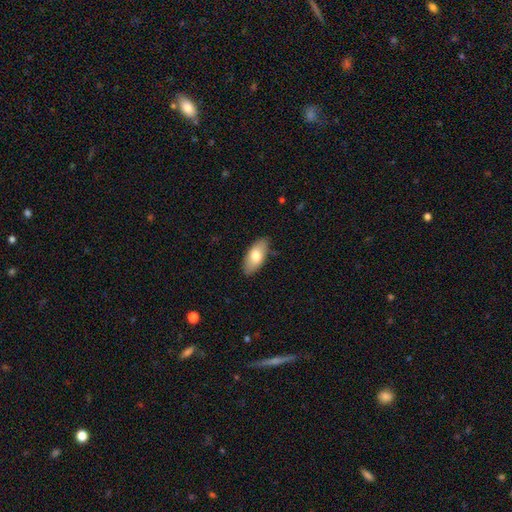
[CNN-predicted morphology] A smooth galaxy with no disk features (75%) that is in between round and cigar-shaped (90%).

Vote fractions:
- Smooth or featured? smooth: 75% / featured or disk: 19% / star or artifact: 6%
- How rounded? in between: 90% / cigar-shaped: 8% / round: 2%
- Merging? none: 83% / minor disturbance: 13% / major disturbance: 2% / merger: 1%